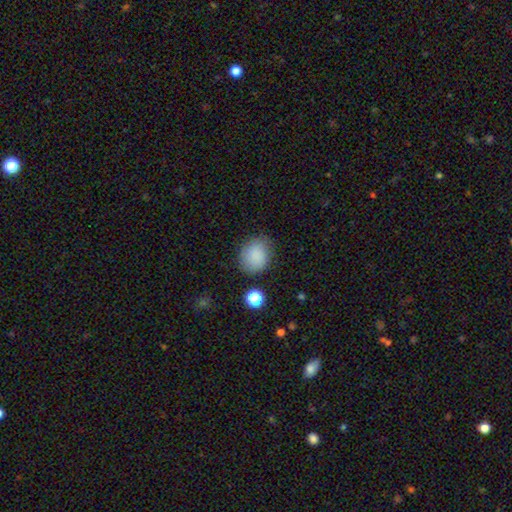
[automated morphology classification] smooth 85%, star or artifact 9%, featured or disk 6%. Down the decision tree: how rounded — round (63%); merging — none (76%).